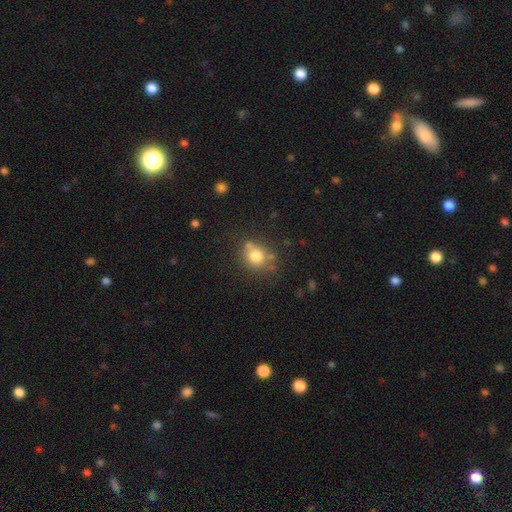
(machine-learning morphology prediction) Q: Smooth or featured?
A: smooth (75%); runner-up: star or artifact (13%)
Q: How rounded?
A: round (81%); runner-up: in between (18%)
Q: Merging?
A: none (62%); runner-up: merger (18%)